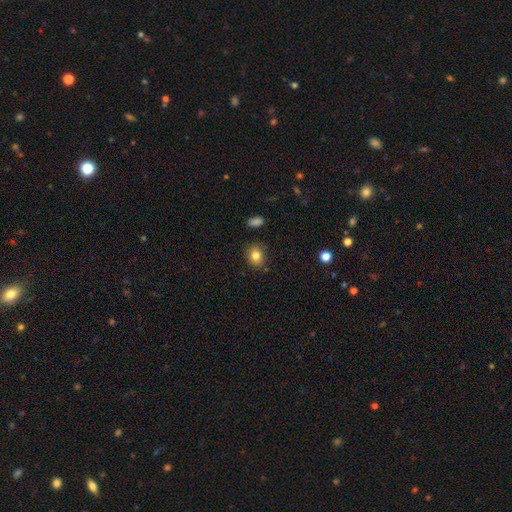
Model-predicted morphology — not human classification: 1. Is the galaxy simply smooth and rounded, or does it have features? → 82% smooth, 10% star or artifact, 8% featured or disk.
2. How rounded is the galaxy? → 62% round, 38% in between, 1% cigar-shaped.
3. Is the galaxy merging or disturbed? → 83% none, 12% minor disturbance, 3% major disturbance, 2% merger.